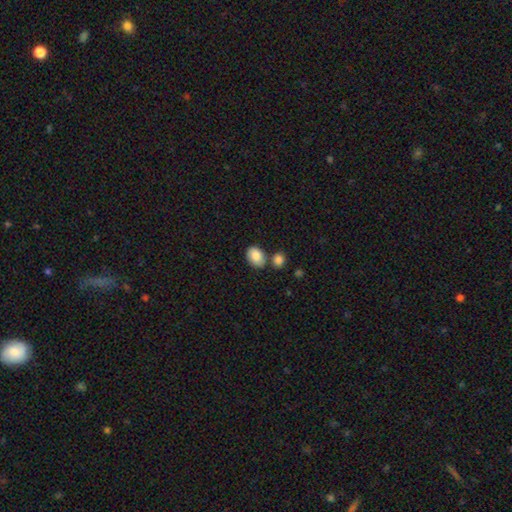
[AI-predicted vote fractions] This is clearly a smooth galaxy (86%). How rounded: likely in between (76%). Merging: likely none (65%).